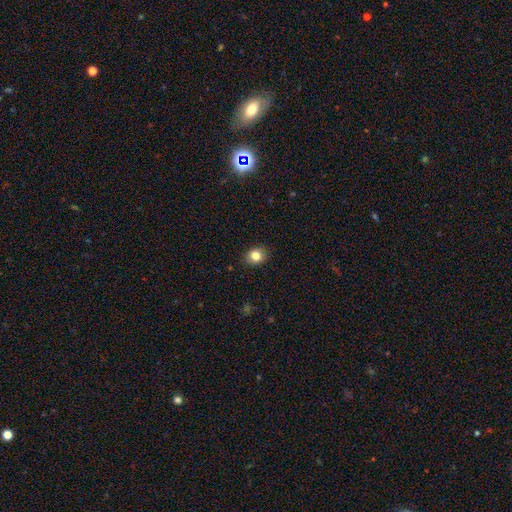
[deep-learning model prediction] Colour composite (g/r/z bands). It shows a smooth galaxy with no disk features (82%) that is round (61%). Merging: none (89%).